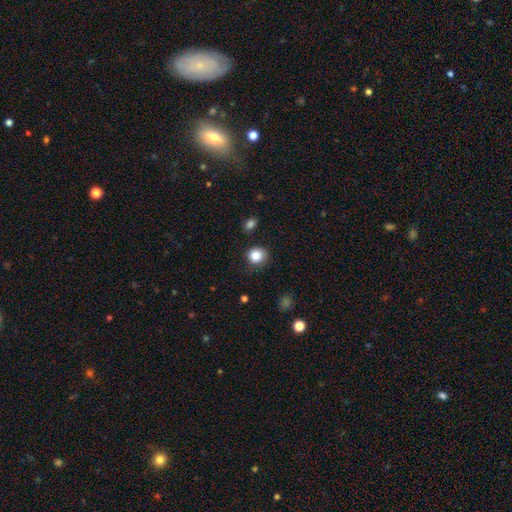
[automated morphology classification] Overall: smooth (84%). How rounded: round (85%). Merging: none (81%).